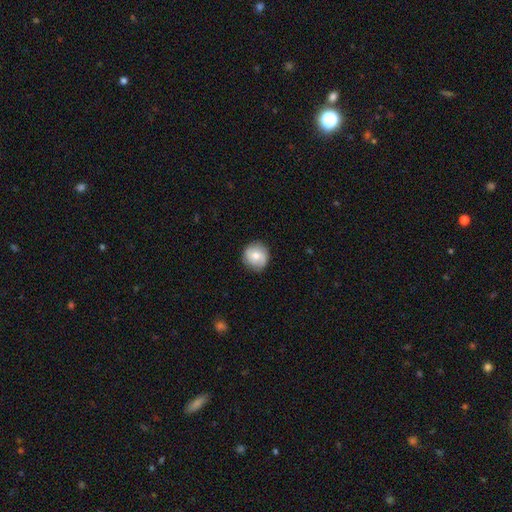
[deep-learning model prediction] A smooth galaxy with no disk features (65%) that is round (92%). Merging: none (85%).